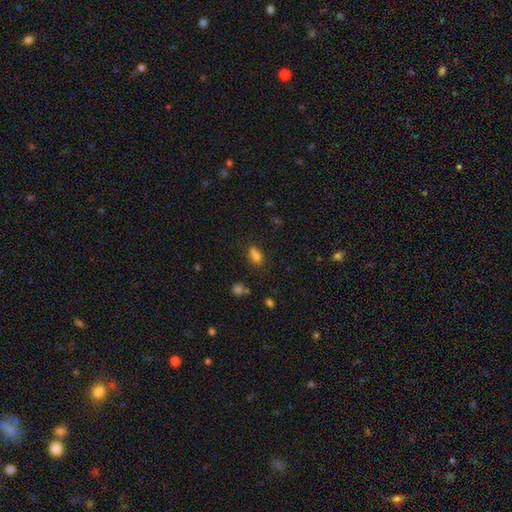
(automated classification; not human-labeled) Overall: smooth (71%). How rounded: in between (69%). Merging: none (48%; merger 27%).